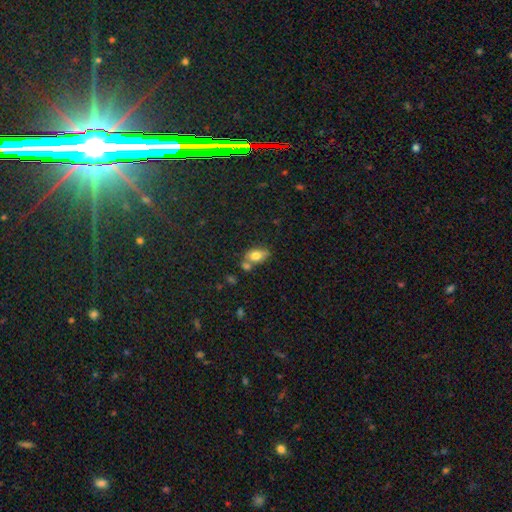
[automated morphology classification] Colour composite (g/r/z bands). It shows a smooth galaxy with no disk features (75%) that is in between round and cigar-shaped (85%). Merging: none (52%).